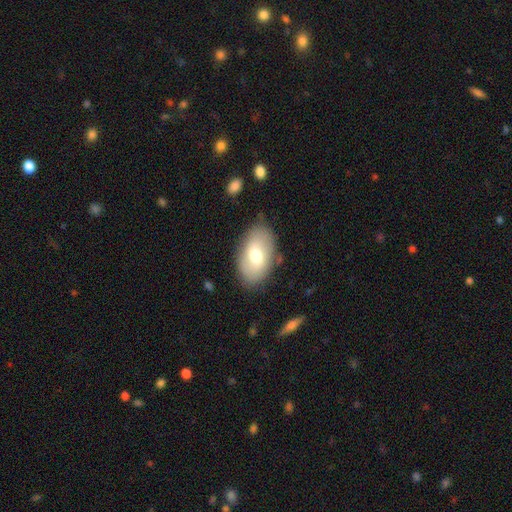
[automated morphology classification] This is likely a smooth galaxy (64%). How rounded: clearly in between (92%). Merging: likely none (79%).